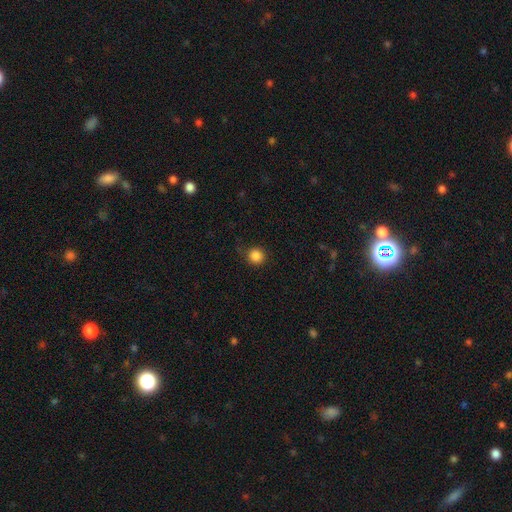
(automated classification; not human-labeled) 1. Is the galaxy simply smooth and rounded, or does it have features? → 85% smooth, 11% star or artifact, 4% featured or disk.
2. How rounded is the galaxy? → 92% round, 7% in between, 1% cigar-shaped.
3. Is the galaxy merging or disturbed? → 82% none, 13% minor disturbance, 4% major disturbance, 1% merger.